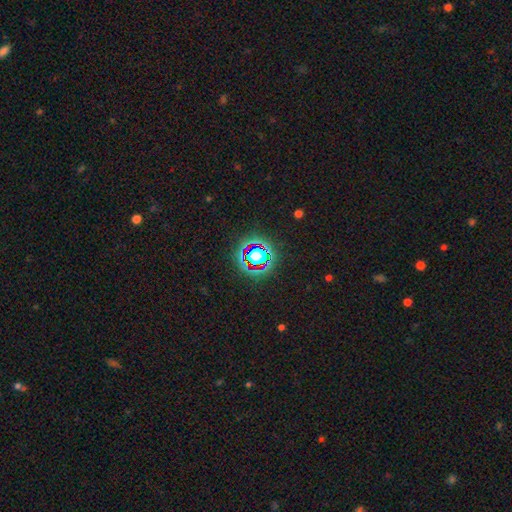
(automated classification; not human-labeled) A star or artifact, not a galaxy (64%).

Vote fractions:
- Smooth or featured? star or artifact: 64% / smooth: 24% / featured or disk: 12%